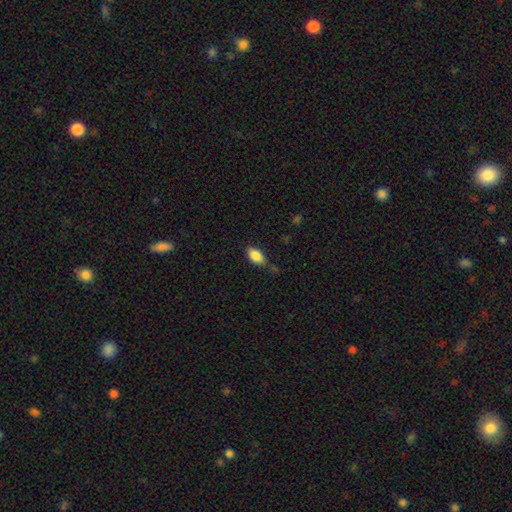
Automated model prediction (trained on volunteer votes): Smooth or featured: smooth — 87% (star or artifact — 7%)
How rounded: in between — 92% (round — 4%)
Merging: none — 71% (minor disturbance — 21%)